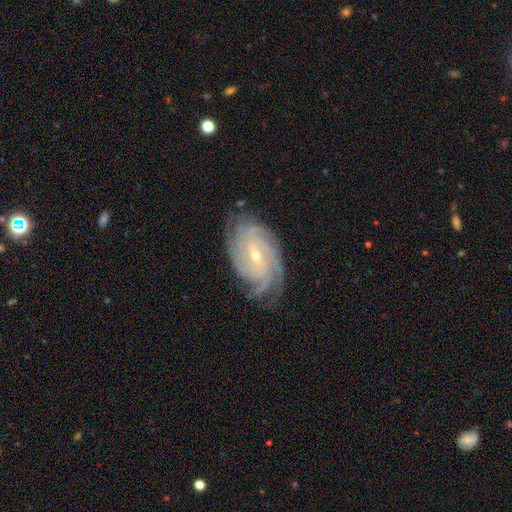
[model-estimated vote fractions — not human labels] Smooth or featured: featured or disk — 90% (star or artifact — 5%)
Edge-on disk: no — 96% (yes — 4%)
Bar: weak — 46% (no — 36%)
Spiral arms: yes — 98% (no — 2%)
Spiral winding: tight — 75% (medium — 21%)
Spiral arm count: 4 — 36% (more than 4 — 18%)
Bulge size: small — 65% (moderate — 32%)
Merging: none — 79% (minor disturbance — 15%)